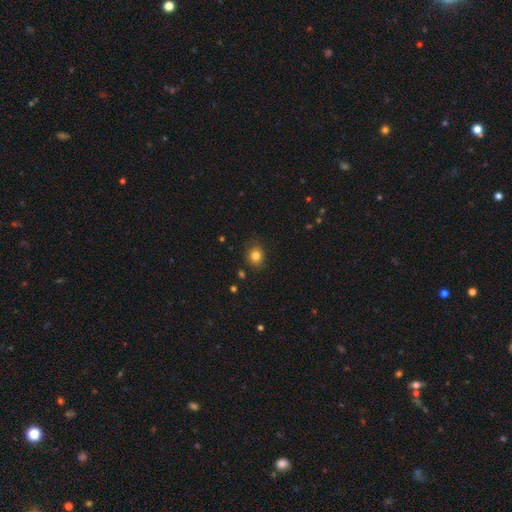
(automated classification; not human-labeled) Morphology: type=smooth (81%); roundness=round (76%); merging=none (86%).